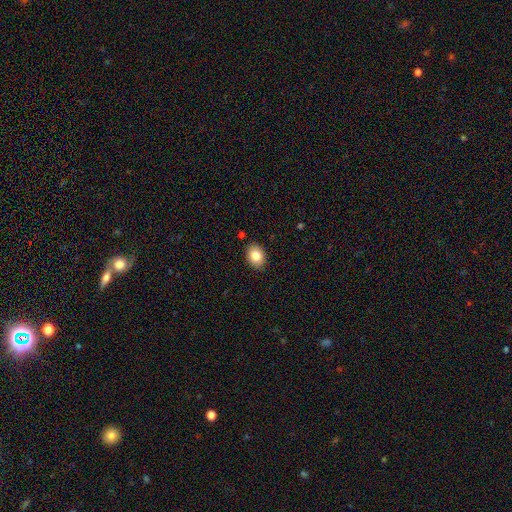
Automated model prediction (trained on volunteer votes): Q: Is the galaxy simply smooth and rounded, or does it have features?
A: smooth — 85%.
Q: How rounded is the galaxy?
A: in between — 69%.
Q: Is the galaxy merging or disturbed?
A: none — 88%.